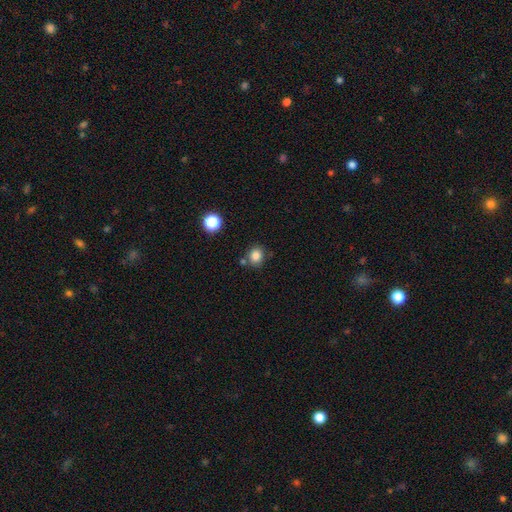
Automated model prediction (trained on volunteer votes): smooth 83%, star or artifact 12%, featured or disk 6%. Down the decision tree: how rounded — round (69%); merging — none (77%).